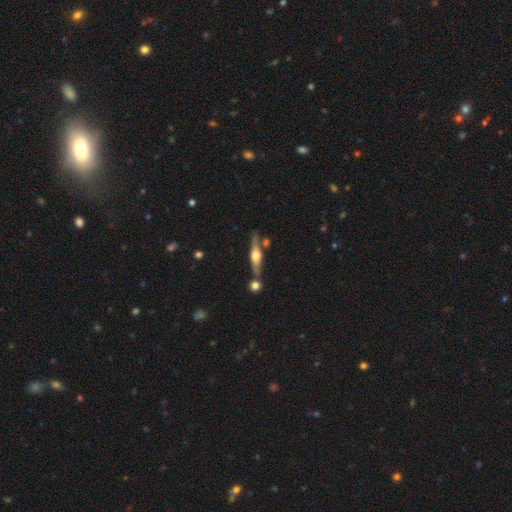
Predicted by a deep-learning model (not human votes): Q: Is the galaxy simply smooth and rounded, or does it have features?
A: featured or disk — 67%.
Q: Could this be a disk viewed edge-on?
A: yes — 95%.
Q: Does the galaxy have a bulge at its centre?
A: rounded — 92%.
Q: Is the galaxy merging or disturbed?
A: none — 73%.